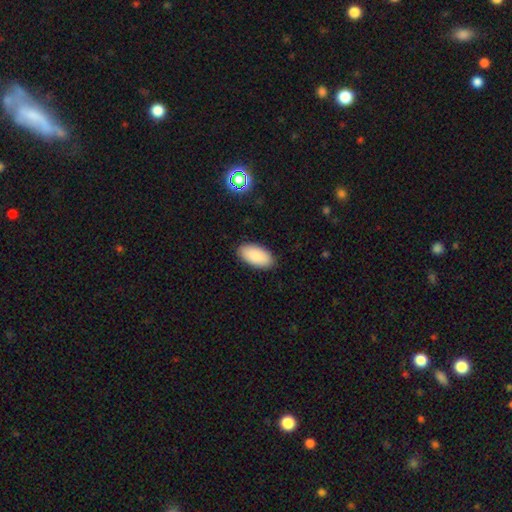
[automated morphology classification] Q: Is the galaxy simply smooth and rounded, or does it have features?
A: smooth — 90%.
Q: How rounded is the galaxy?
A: in between — 95%.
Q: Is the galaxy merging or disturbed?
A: none — 88%.